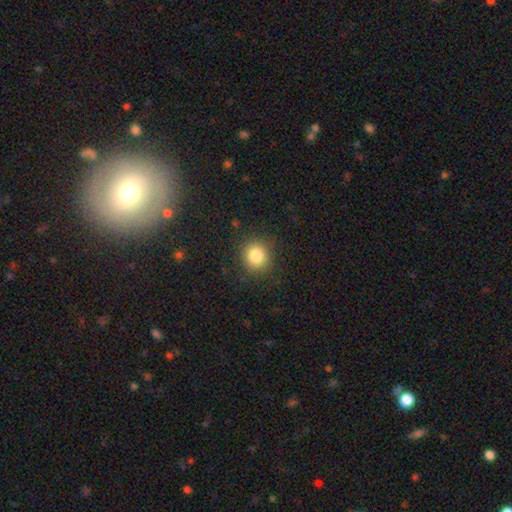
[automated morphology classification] smooth-or-featured: smooth: 83% | star or artifact: 11% | featured or disk: 6%
  how-rounded: round: 88% | in between: 11% | cigar-shaped: 1%
  merging: none: 89% | minor disturbance: 7% | major disturbance: 3% | merger: 1%